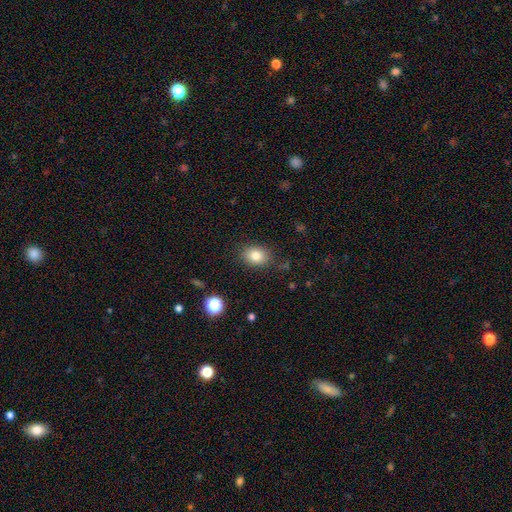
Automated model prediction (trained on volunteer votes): This is clearly a smooth galaxy (82%). How rounded: possibly in between (54%). Merging: clearly none (85%).